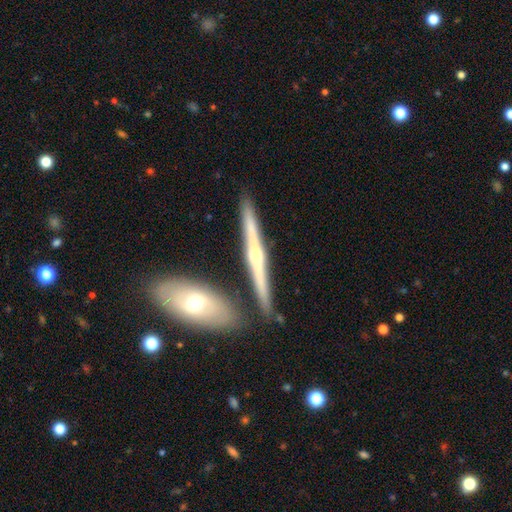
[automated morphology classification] smooth-or-featured: featured or disk: 73% | smooth: 22% | star or artifact: 5%
  disk-edge-on: yes: 97% | no: 3%
    edge-on-bulge: rounded: 84% | none: 11% | boxy: 5%
  merging: none: 85% | minor disturbance: 8% | merger: 6% | major disturbance: 2%